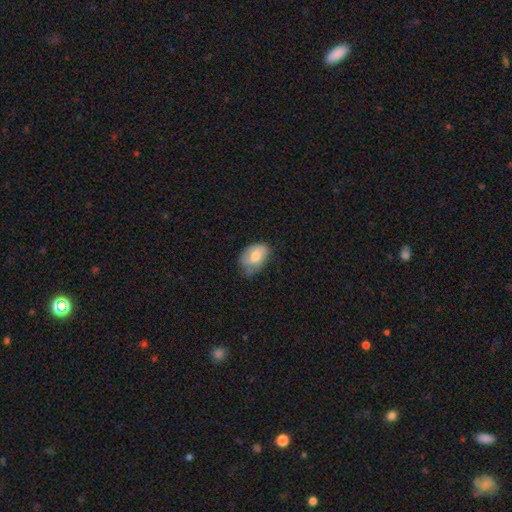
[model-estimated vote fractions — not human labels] smooth_or_featured: smooth (p=0.62) [alt: featured or disk p=0.31]
how_rounded: in between (p=0.85) [alt: round p=0.14]
merging: none (p=0.50) [alt: minor disturbance p=0.38]